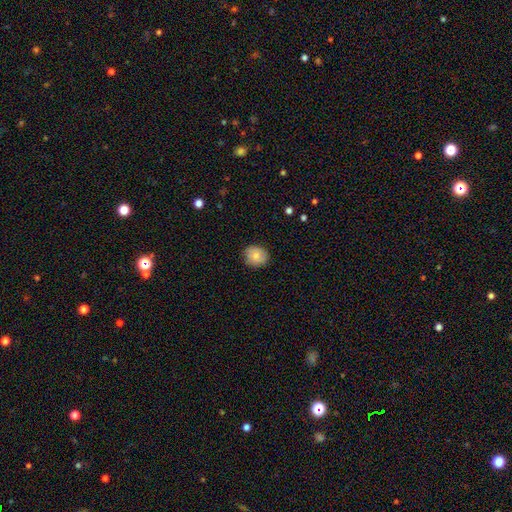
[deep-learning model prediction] Morphology: type=smooth (79%); roundness=round (72%); merging=none (84%).